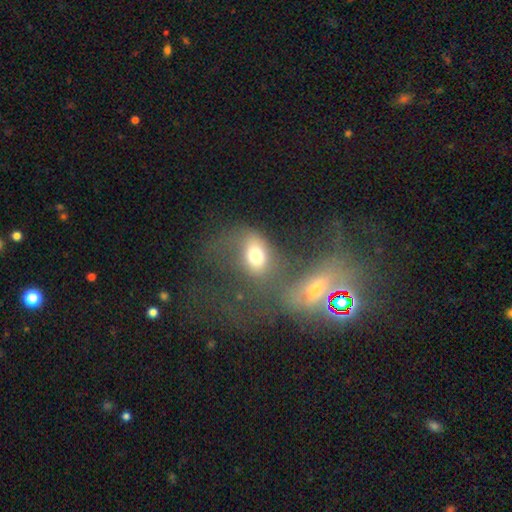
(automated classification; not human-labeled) smooth_or_featured: smooth (p=0.67) [alt: featured or disk p=0.19]
how_rounded: in between (p=0.64) [alt: round p=0.34]
merging: merger (p=0.35) [alt: none p=0.31]